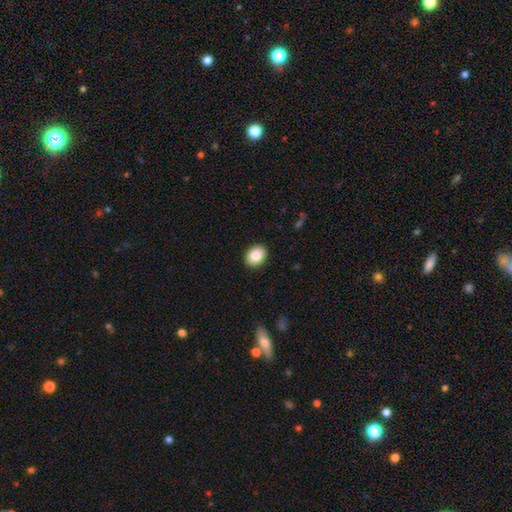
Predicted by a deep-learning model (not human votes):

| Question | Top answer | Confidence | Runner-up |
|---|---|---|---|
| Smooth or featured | smooth | 85% | star or artifact (8%) |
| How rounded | in between | 57% | round (42%) |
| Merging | none | 91% | minor disturbance (7%) |